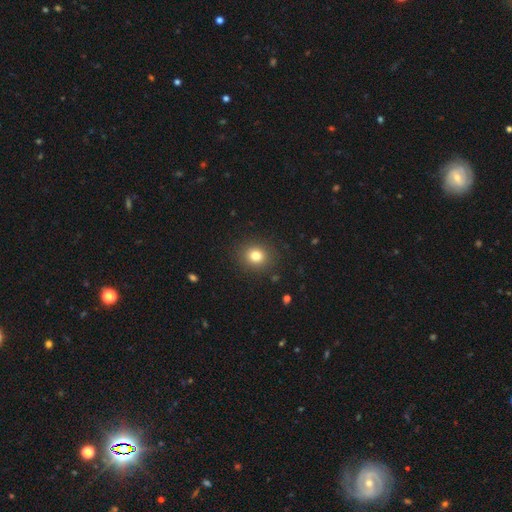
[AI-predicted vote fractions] Morphology: type=smooth (80%); roundness=round (78%); merging=none (89%).